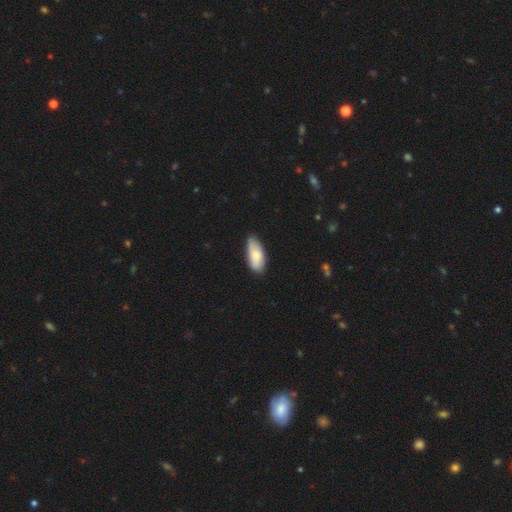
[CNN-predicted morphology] Smooth or featured? smooth (79%)
How rounded? in between (86%)
Merging? none (80%)